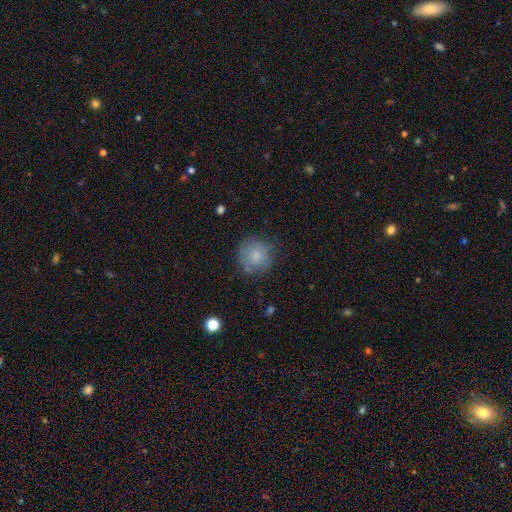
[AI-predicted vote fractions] smooth 80%, featured or disk 11%, star or artifact 9%. Down the decision tree: how rounded — round (93%); merging — none (78%).